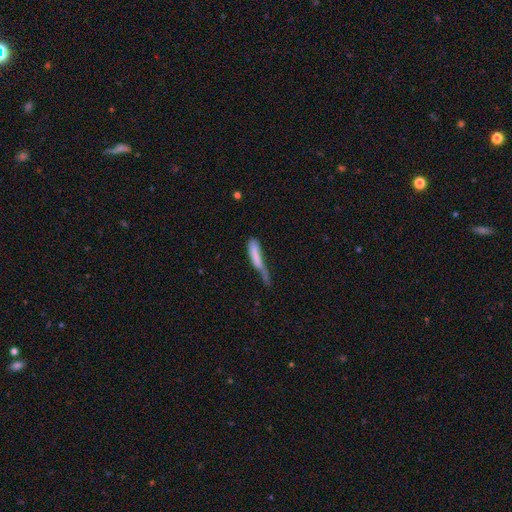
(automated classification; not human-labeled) A smooth galaxy with no disk features (71%) that is cigar-shaped (80%).

Vote fractions:
- Smooth or featured? smooth: 71% / featured or disk: 21% / star or artifact: 8%
- How rounded? cigar-shaped: 80% / in between: 18% / round: 2%
- Merging? major disturbance: 38% / minor disturbance: 30% / none: 22% / merger: 10%